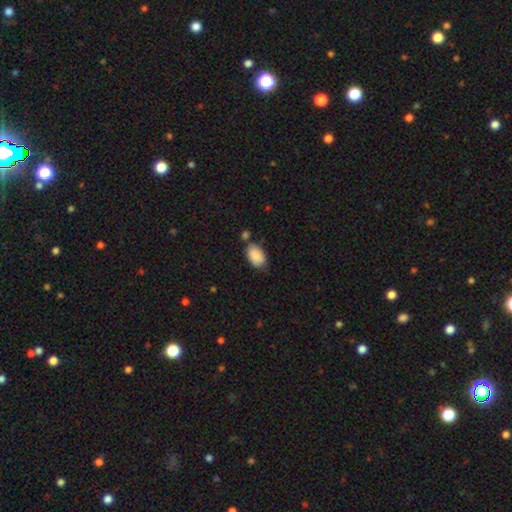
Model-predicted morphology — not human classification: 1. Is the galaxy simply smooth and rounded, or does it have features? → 88% smooth, 7% star or artifact, 6% featured or disk.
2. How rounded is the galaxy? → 92% in between, 6% round, 1% cigar-shaped.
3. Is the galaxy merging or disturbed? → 59% none, 24% minor disturbance, 11% merger, 6% major disturbance.